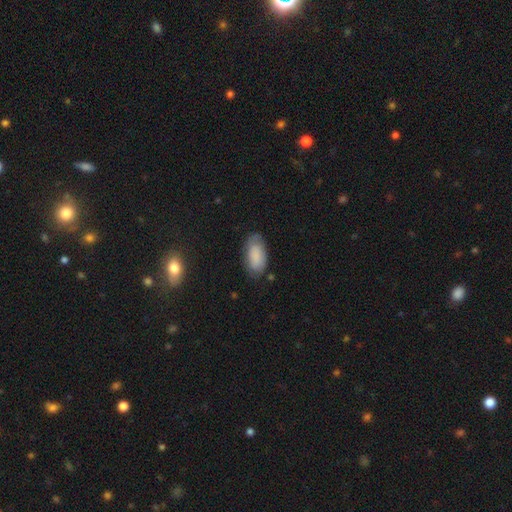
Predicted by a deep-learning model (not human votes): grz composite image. It shows a smooth galaxy with no disk features (81%) that is in between round and cigar-shaped (94%). Merging: none (69%).